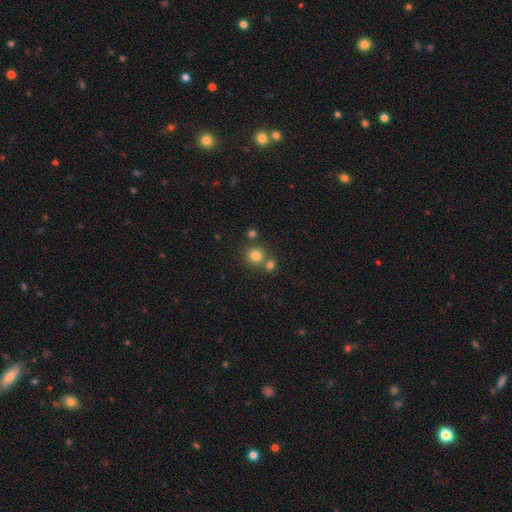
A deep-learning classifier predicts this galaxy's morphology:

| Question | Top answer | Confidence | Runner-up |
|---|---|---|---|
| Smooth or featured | smooth | 79% | star or artifact (14%) |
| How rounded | round | 89% | in between (10%) |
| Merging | none | 67% | merger (23%) |